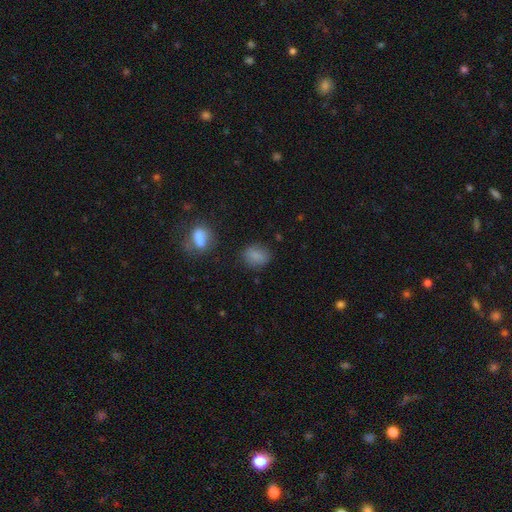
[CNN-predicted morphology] smooth 83%, star or artifact 10%, featured or disk 6%. Down the decision tree: how rounded — in between (53%); merging — none (80%).